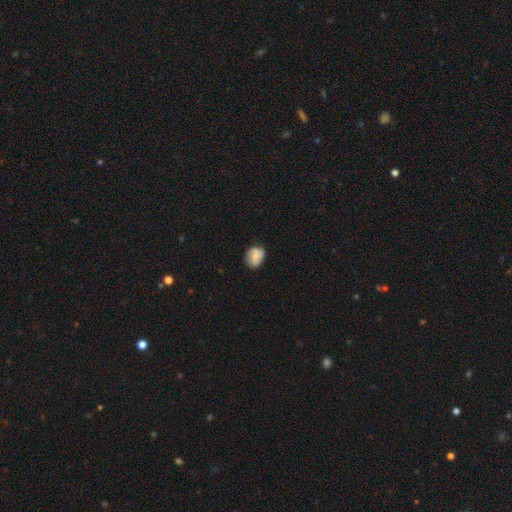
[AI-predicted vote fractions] This appears to be a smooth galaxy with no disk features (66%) that is round (54%). Merging: none (71%).